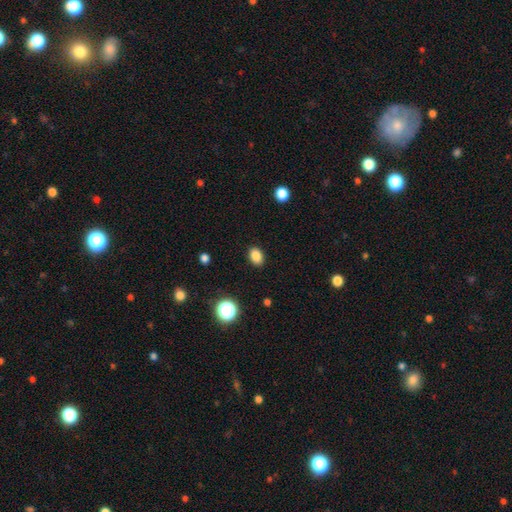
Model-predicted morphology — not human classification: Smooth or featured? Predicted: smooth (p=0.84). How rounded? Predicted: in between (p=0.75). Merging? Predicted: none (p=0.89).